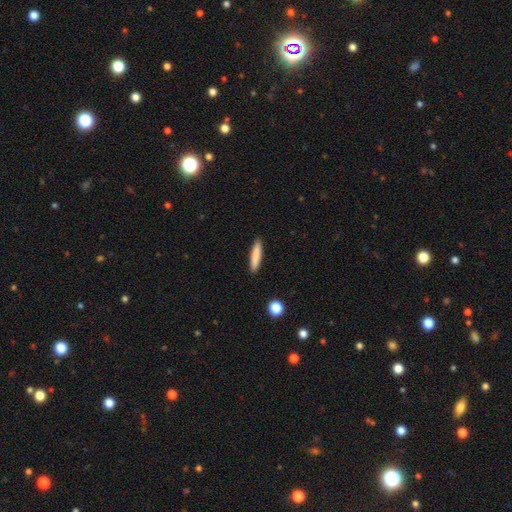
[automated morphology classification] type=smooth (83%); roundness=cigar-shaped (89%); merging=none (91%).